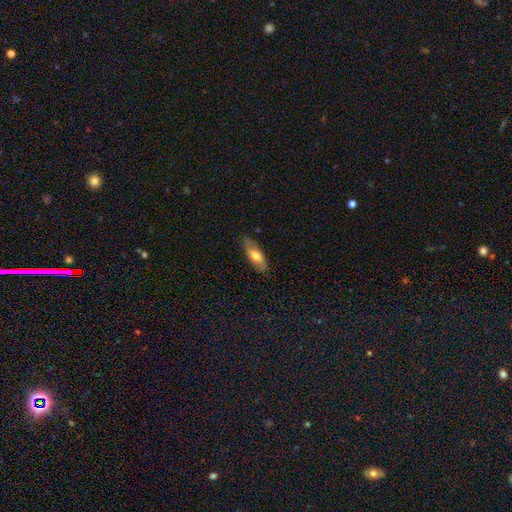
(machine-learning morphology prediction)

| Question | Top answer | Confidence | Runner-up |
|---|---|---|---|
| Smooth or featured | smooth | 64% | featured or disk (29%) |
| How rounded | in between | 67% | cigar-shaped (31%) |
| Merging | none | 81% | minor disturbance (15%) |